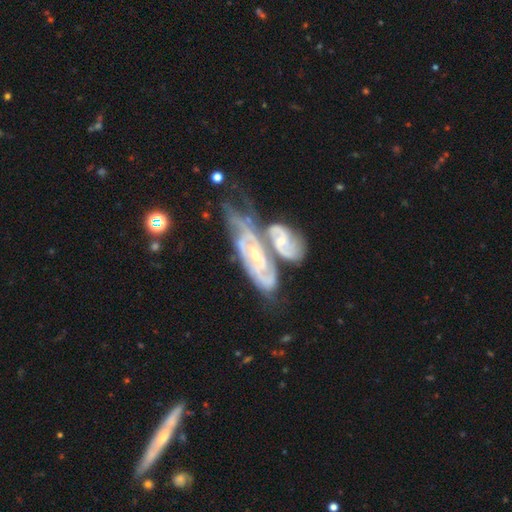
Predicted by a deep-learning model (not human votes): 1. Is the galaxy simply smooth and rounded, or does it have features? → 87% featured or disk, 7% smooth, 6% star or artifact.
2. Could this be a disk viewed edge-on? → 91% no, 9% yes.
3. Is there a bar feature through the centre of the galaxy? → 50% no, 32% weak, 18% strong.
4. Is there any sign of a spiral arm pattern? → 95% yes, 5% no.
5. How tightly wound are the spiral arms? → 64% tight, 29% medium, 7% loose.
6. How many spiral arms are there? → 35% 2 (tied), 35% can't tell (tied), 15% 3, 6% 4, 4% 1, 4% more than 4.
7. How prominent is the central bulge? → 58% small, 38% moderate, 1% large, 1% none, 1% dominant.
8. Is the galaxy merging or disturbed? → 56% merger, 22% none, 13% minor disturbance, 9% major disturbance.